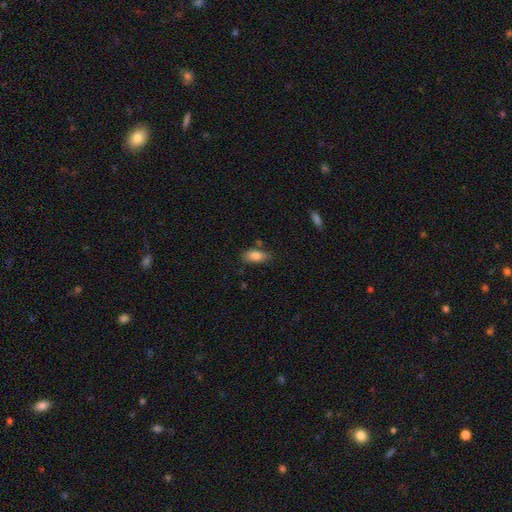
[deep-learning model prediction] smooth 82%, featured or disk 10%, star or artifact 7%. Down the decision tree: how rounded — in between (86%); merging — none (69%).